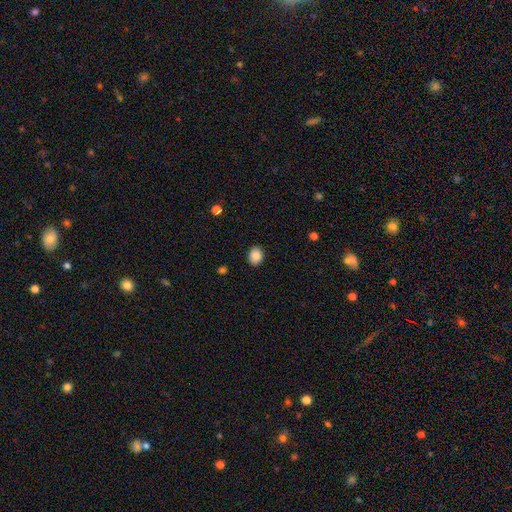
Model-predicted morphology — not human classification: smooth 88%, star or artifact 8%, featured or disk 3%. Down the decision tree: how rounded — in between (56%); merging — none (89%).